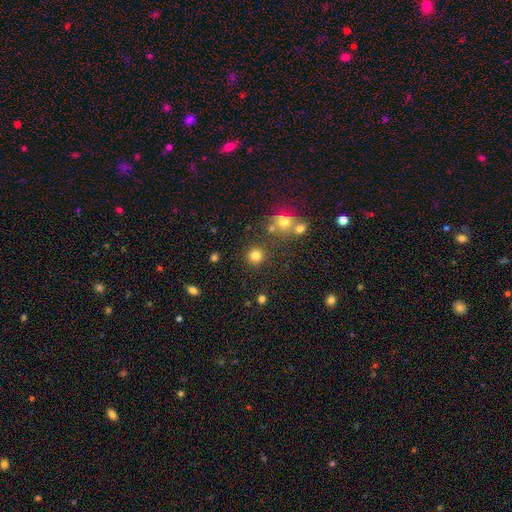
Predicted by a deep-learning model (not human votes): Overall: smooth (80%). How rounded: round (94%). Merging: none (86%).